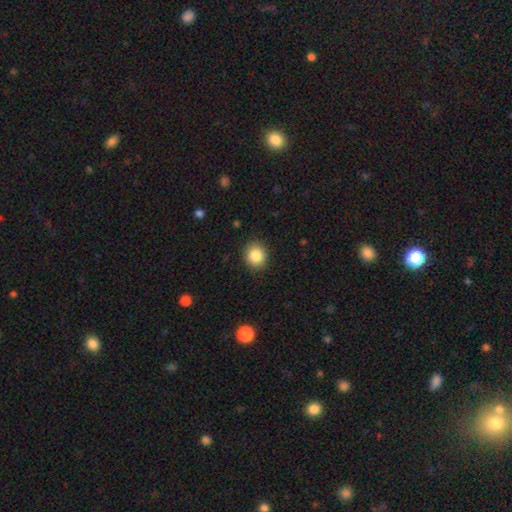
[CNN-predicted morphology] smooth-or-featured: smooth: 86% | star or artifact: 9% | featured or disk: 5%
  how-rounded: round: 77% | in between: 22% | cigar-shaped: 1%
  merging: none: 89% | minor disturbance: 8% | major disturbance: 2% | merger: 1%